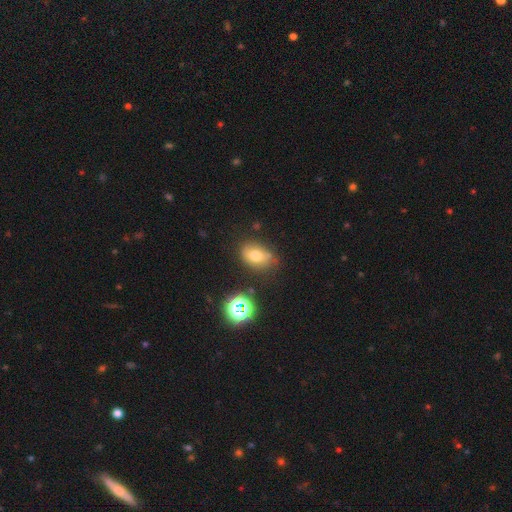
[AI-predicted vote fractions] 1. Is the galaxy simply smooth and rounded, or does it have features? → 66% smooth, 19% featured or disk, 15% star or artifact.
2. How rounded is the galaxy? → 77% in between, 21% round, 2% cigar-shaped.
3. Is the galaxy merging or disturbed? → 64% none, 25% minor disturbance, 6% major disturbance, 5% merger.